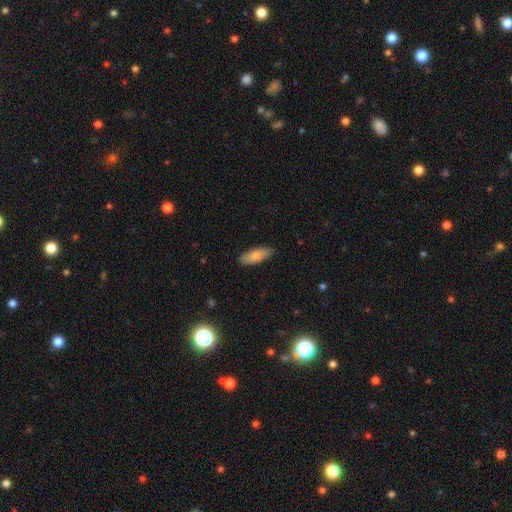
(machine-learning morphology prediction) smooth 80%, featured or disk 14%, star or artifact 6%. Down the decision tree: how rounded — in between (69%); merging — none (87%).